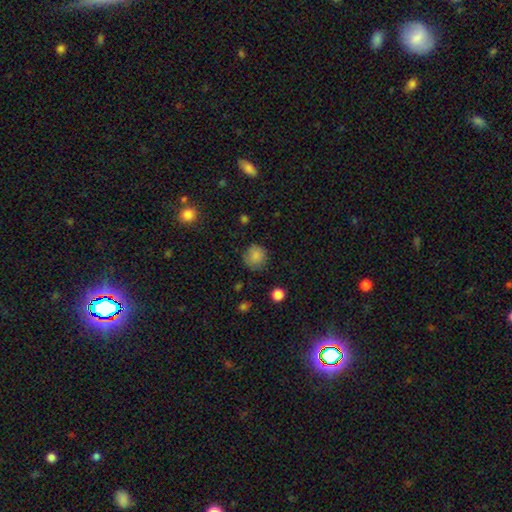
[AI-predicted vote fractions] Smooth or featured?
  - smooth: 84% *
  - star or artifact: 10%
  - featured or disk: 6%
How rounded?
  - round: 91% *
  - in between: 8%
  - cigar-shaped: 1%
Merging?
  - none: 80% *
  - minor disturbance: 15%
  - major disturbance: 4%
  - merger: 2%